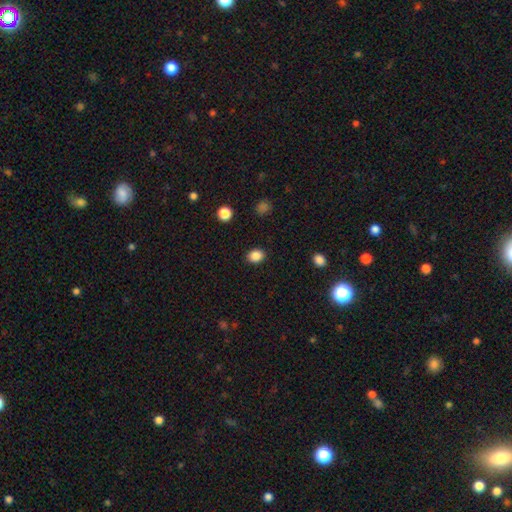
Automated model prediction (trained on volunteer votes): smooth_or_featured: smooth (p=0.87) [alt: star or artifact p=0.10]
how_rounded: in between (p=0.50) [alt: round p=0.49]
merging: none (p=0.89) [alt: minor disturbance p=0.07]